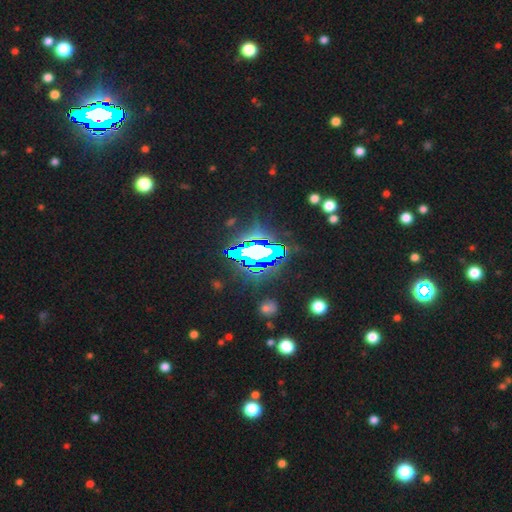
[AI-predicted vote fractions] A star or artifact, not a galaxy (74%).